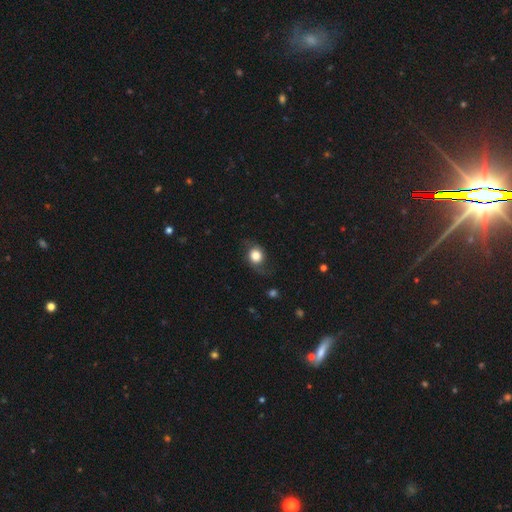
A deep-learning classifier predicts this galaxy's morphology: A smooth galaxy with no disk features (68%) that is round (71%).

Vote fractions:
- Smooth or featured? smooth: 68% / featured or disk: 23% / star or artifact: 9%
- How rounded? round: 71% / in between: 28% / cigar-shaped: 1%
- Merging? none: 66% / minor disturbance: 21% / major disturbance: 11% / merger: 2%